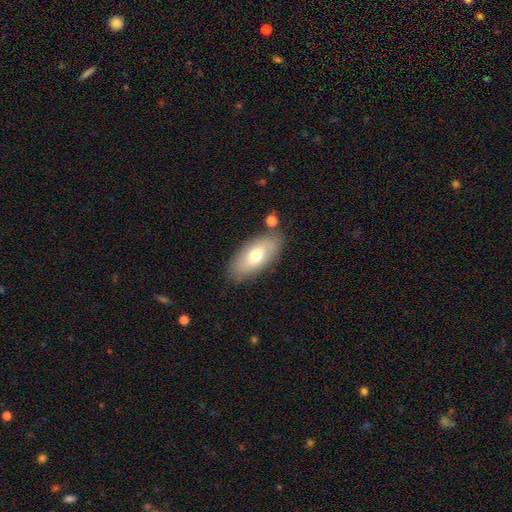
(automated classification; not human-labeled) This appears to be a smooth galaxy with no disk features (69%) that is in between round and cigar-shaped (88%). Merging: none (79%).